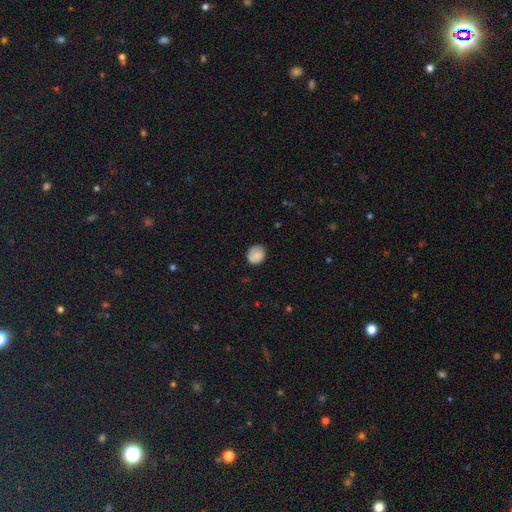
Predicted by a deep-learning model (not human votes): smooth_or_featured: smooth (p=0.83) [alt: featured or disk p=0.08]
how_rounded: round (p=0.76) [alt: in between p=0.23]
merging: none (p=0.77) [alt: minor disturbance p=0.18]